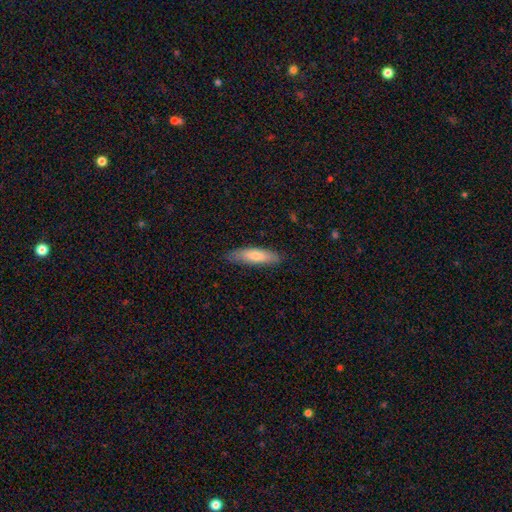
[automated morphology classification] Q: Smooth or featured?
A: smooth (74%); runner-up: featured or disk (20%)
Q: How rounded?
A: cigar-shaped (67%); runner-up: in between (32%)
Q: Merging?
A: none (84%); runner-up: minor disturbance (13%)